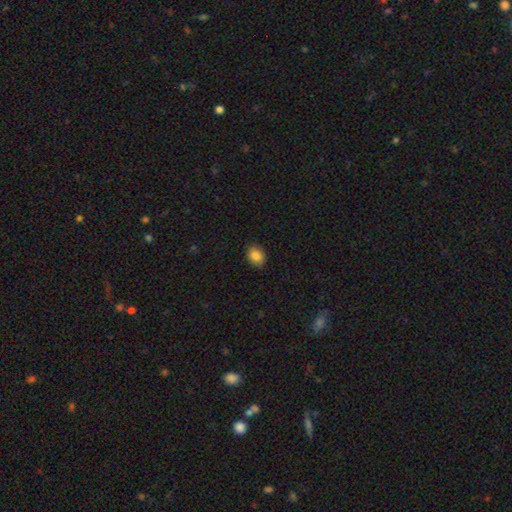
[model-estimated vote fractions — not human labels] Smooth or featured? smooth (86%)
How rounded? in between (61%)
Merging? none (89%)